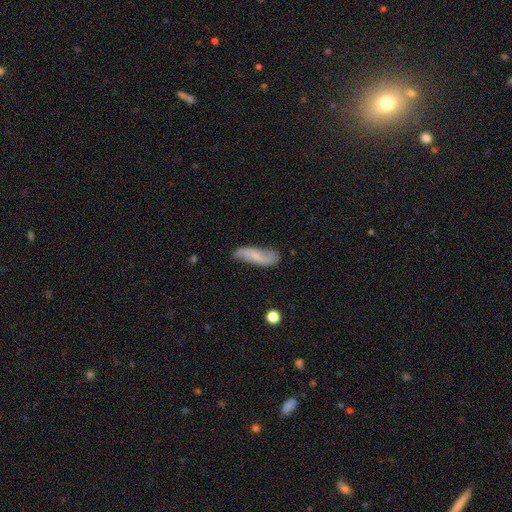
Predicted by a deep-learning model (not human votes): smooth_or_featured: featured or disk (p=0.53) [alt: smooth p=0.39]
disk_edge_on: no (p=0.85) [alt: yes p=0.15]
merging: none (p=0.73) [alt: minor disturbance p=0.20]